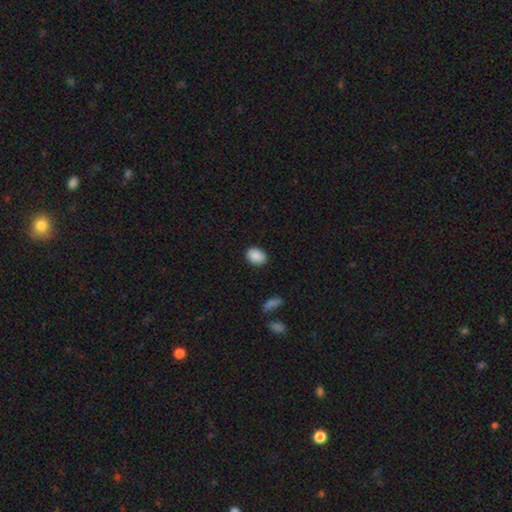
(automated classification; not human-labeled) The model was most divided on "how rounded": in between: 73%, round: 26%, cigar-shaped: 1%. More confident: smooth or featured — smooth (89%); merging — none (88%).